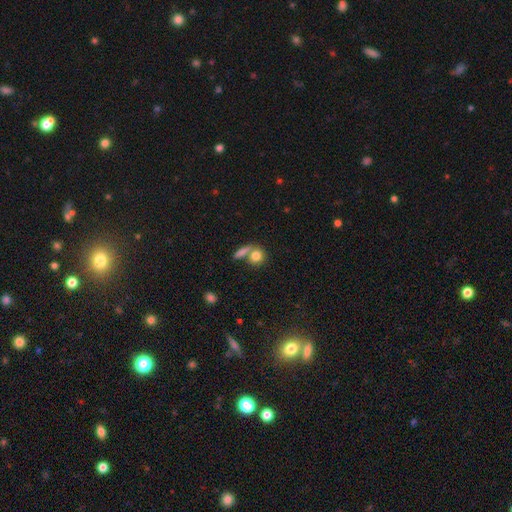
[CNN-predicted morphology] smooth-or-featured: smooth: 81% | featured or disk: 10% | star or artifact: 9%
  how-rounded: round: 72% | in between: 23% | cigar-shaped: 5%
  merging: none: 52% | merger: 34% | minor disturbance: 9% | major disturbance: 5%